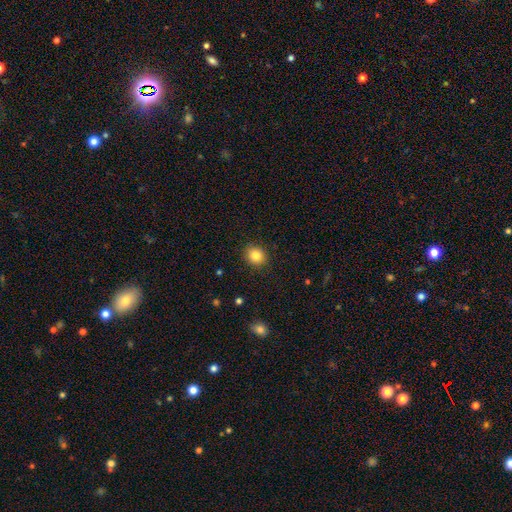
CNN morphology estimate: This is clearly a smooth galaxy (84%). How rounded: likely round (75%). Merging: clearly none (90%).